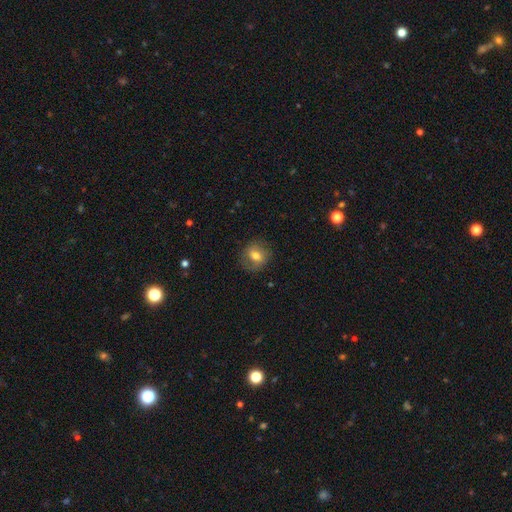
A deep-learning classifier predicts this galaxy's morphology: The model was most divided on "smooth or featured": smooth: 63%, featured or disk: 27%, star or artifact: 10%. More confident: merging — none (80%); how rounded — round (73%).